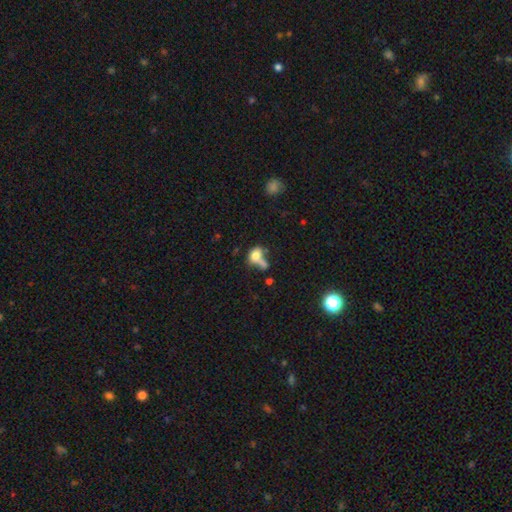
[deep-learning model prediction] Q: Smooth or featured?
A: smooth (70%); runner-up: featured or disk (18%)
Q: How rounded?
A: in between (66%); runner-up: round (30%)
Q: Merging?
A: merger (43%); runner-up: none (25%)